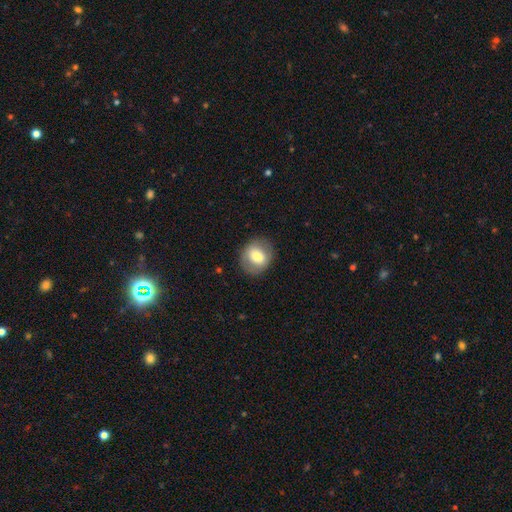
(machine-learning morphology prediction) Overall: smooth (67%). How rounded: round (58%; in between 40%). Merging: none (81%).